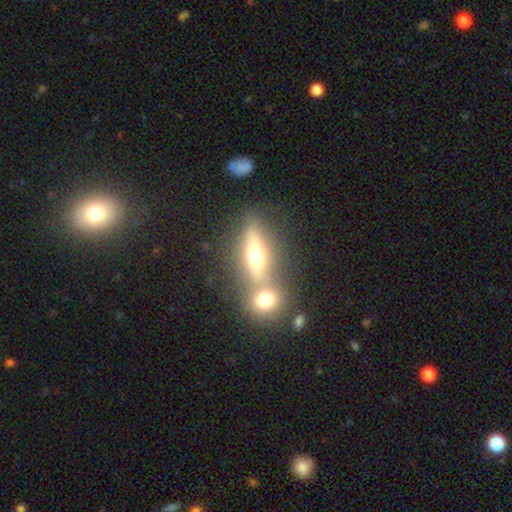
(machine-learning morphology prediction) type=smooth (45%, tied with featured or disk); merging=none (49%).